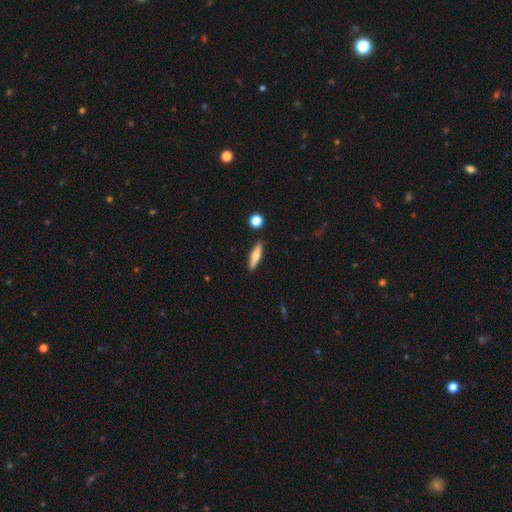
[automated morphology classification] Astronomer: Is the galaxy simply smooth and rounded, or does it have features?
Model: smooth — 65%.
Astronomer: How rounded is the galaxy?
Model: cigar-shaped — 72%.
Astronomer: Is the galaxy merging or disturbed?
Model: none — 89%.